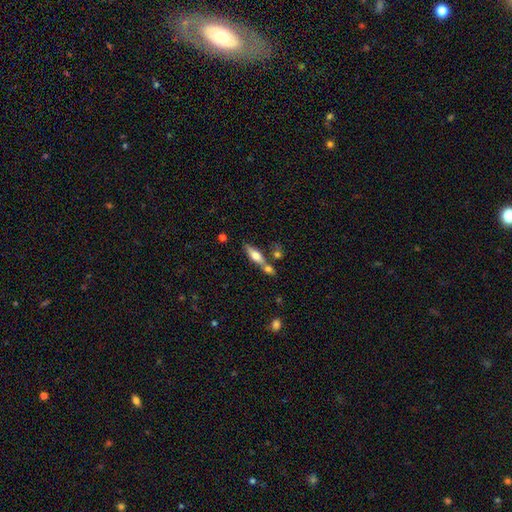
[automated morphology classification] Overall: smooth (50%; featured or disk 42%). How rounded: cigar-shaped (55%; in between 41%). Merging: none (51%; merger 31%).